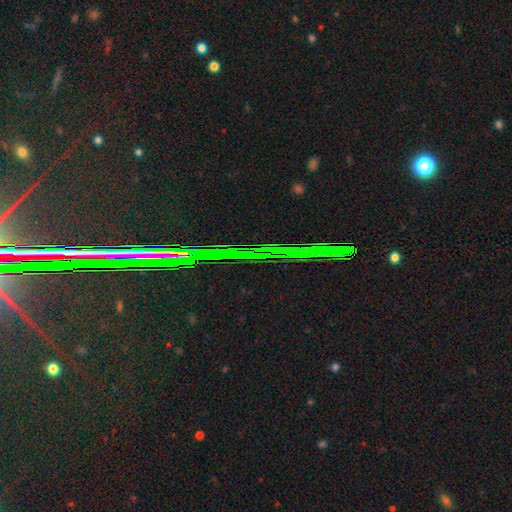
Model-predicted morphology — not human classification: Smooth or featured? Predicted: star or artifact (p=0.81).